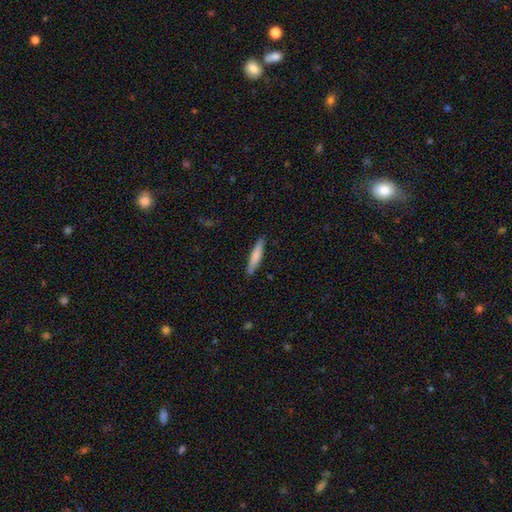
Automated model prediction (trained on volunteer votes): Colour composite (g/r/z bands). It shows a smooth galaxy with no disk features (73%) that is cigar-shaped (91%). Merging: none (89%).